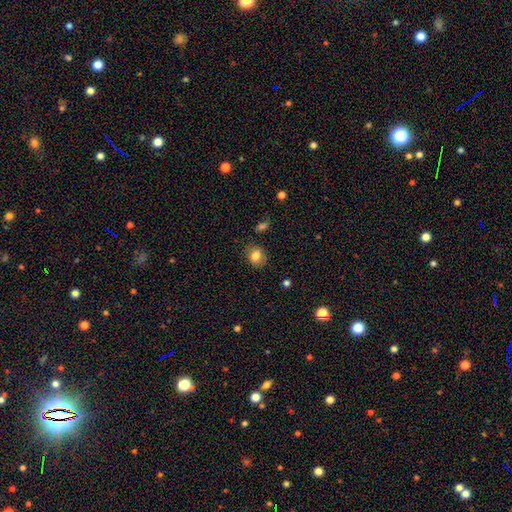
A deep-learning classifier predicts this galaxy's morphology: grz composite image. It shows a smooth galaxy with no disk features (81%) that is round (63%). Merging: none (78%).